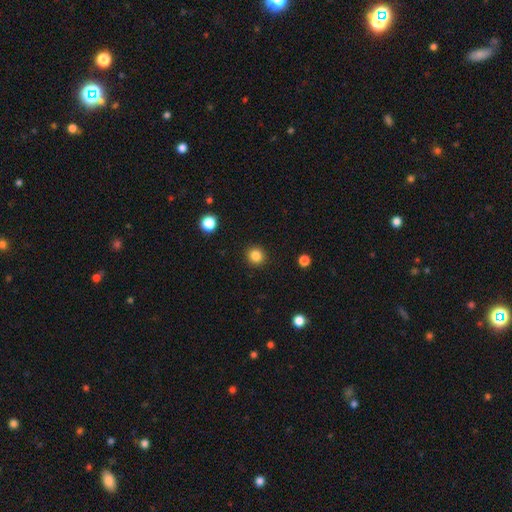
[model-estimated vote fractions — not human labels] This appears to be a smooth galaxy with no disk features (85%) that is round (92%). Merging: none (92%).